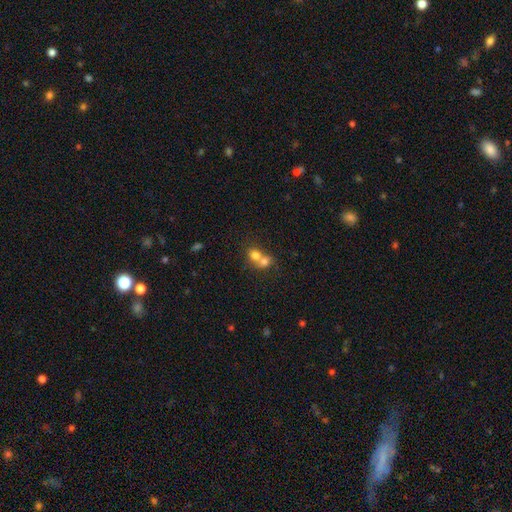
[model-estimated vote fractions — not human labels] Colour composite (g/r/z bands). It shows a smooth galaxy with no disk features (73%) that is round (68%). Merging: merger (70%).